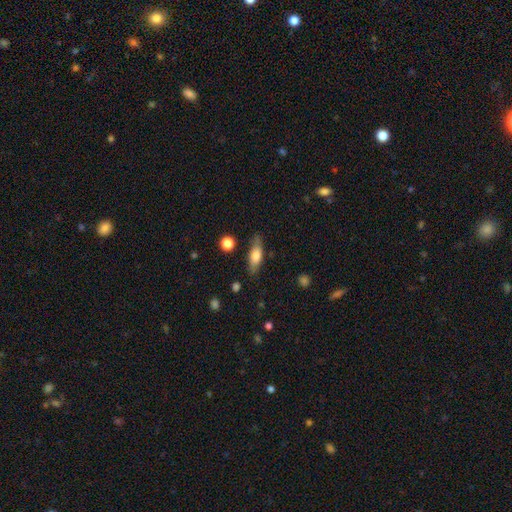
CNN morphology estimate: Overall: smooth (69%). How rounded: in between (62%; cigar-shaped 35%). Merging: none (75%).